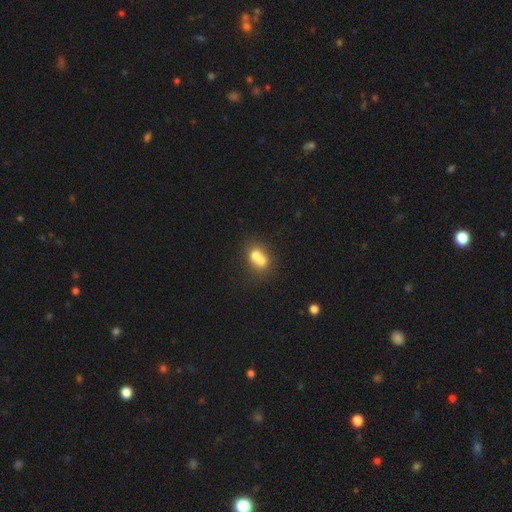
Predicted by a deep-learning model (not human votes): Overall: smooth (66%). How rounded: round (66%; in between 33%). Merging: merger (67%).